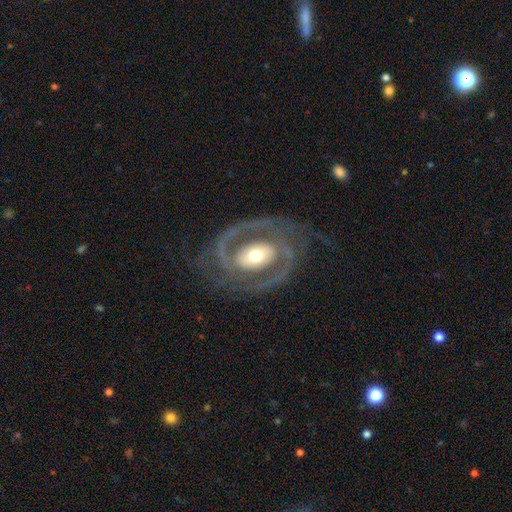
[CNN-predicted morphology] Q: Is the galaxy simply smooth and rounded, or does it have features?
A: featured or disk — 87%.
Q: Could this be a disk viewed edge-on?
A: no — 97%.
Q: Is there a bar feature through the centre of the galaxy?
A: no — 42%.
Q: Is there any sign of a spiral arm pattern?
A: yes — 89%.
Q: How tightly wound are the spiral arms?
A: medium — 46%.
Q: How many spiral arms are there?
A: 2 — 83%.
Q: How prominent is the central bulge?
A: moderate — 61%.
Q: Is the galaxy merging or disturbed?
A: none — 72%.